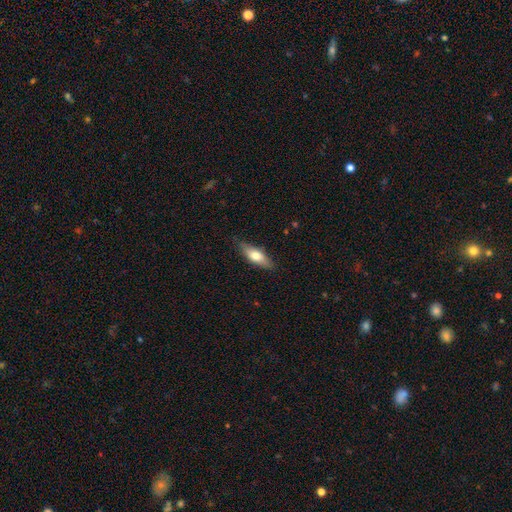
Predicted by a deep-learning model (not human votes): smooth_or_featured: smooth (p=0.64) [alt: featured or disk p=0.30]
how_rounded: in between (p=0.59) [alt: cigar-shaped p=0.38]
merging: none (p=0.82) [alt: minor disturbance p=0.15]